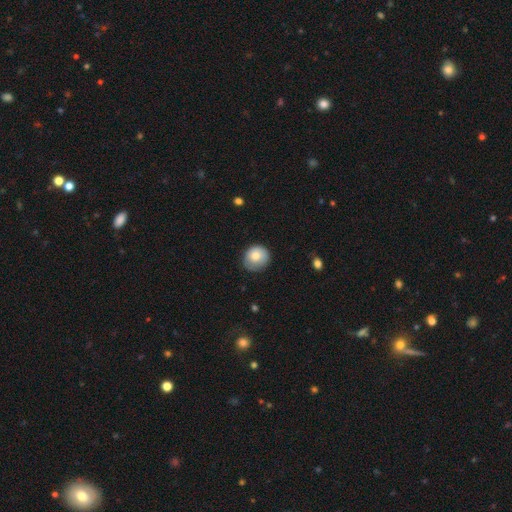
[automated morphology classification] Overall: smooth (79%). How rounded: round (86%). Merging: none (75%).